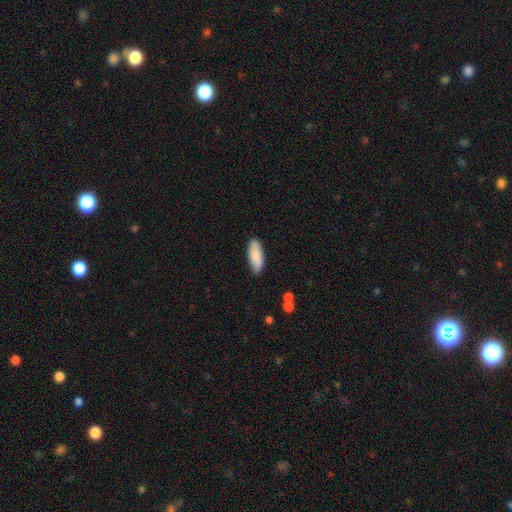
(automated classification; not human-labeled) Morphology: type=smooth (85%); roundness=in between (67%); merging=none (83%).